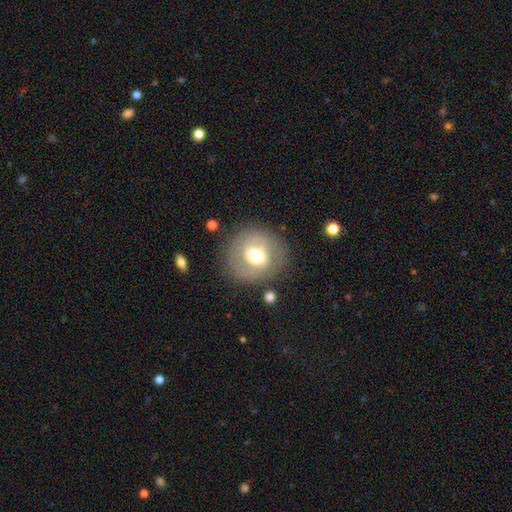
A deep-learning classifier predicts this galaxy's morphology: This appears to be a featured or disk galaxy (51%). Merging: none (80%).